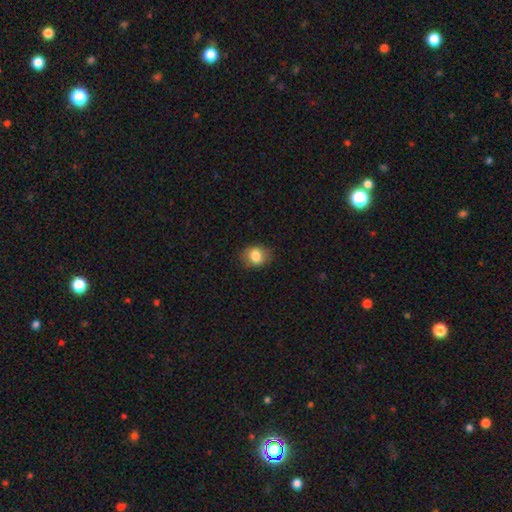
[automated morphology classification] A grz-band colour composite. It shows a smooth galaxy with no disk features (82%) that is round (50%). Merging: none (81%).